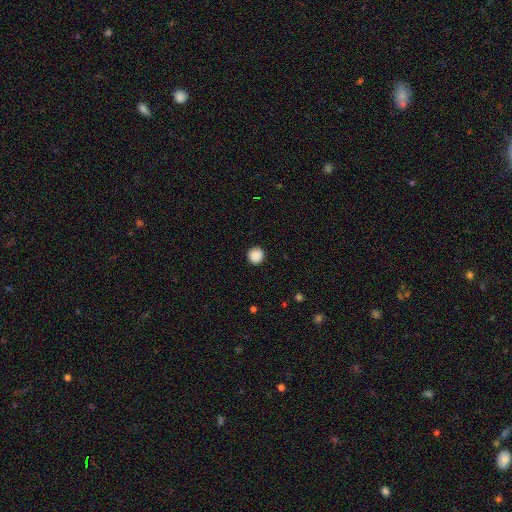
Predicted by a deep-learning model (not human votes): Smooth or featured? smooth (89%)
How rounded? round (94%)
Merging? none (91%)